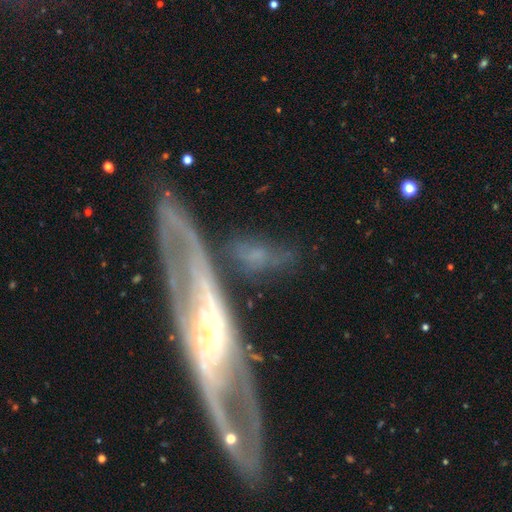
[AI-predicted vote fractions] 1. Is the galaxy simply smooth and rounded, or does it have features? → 62% featured or disk, 27% smooth, 11% star or artifact.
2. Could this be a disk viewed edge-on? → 66% no, 34% yes.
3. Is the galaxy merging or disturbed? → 58% none, 19% minor disturbance, 12% merger, 11% major disturbance.